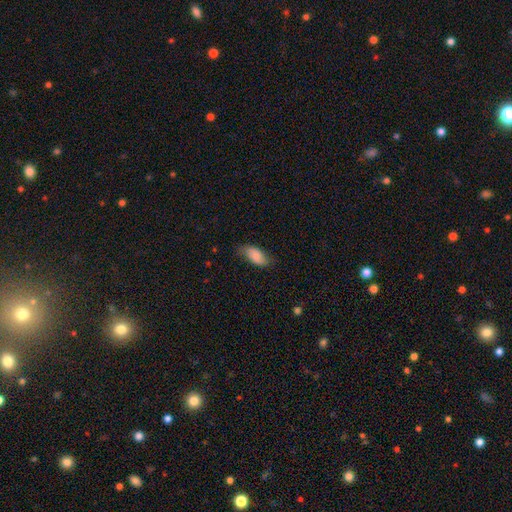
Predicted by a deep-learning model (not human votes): Overall: smooth (83%). How rounded: in between (90%). Merging: none (65%; minor disturbance 26%).